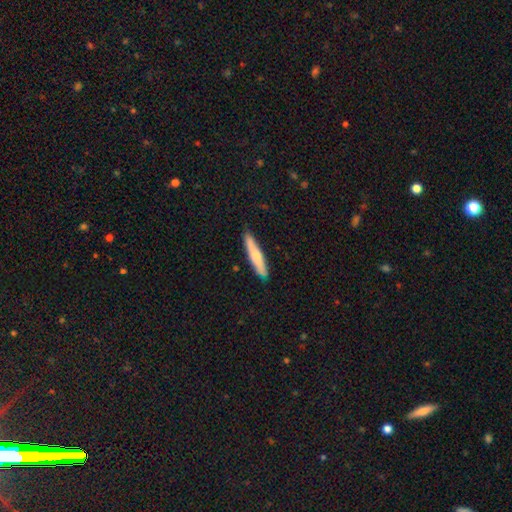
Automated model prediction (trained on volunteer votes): Q: Smooth or featured?
A: smooth (61%); runner-up: featured or disk (34%)
Q: How rounded?
A: cigar-shaped (89%); runner-up: in between (10%)
Q: Merging?
A: none (87%); runner-up: minor disturbance (10%)